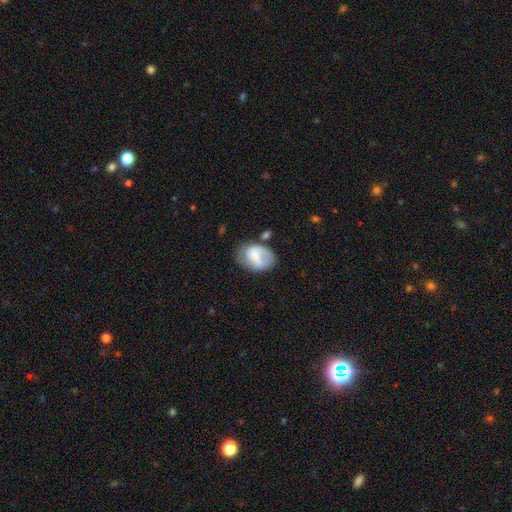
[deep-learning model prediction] Smooth or featured? Predicted: smooth (p=0.57). How rounded? Predicted: in between (p=0.73). Merging? Predicted: none (p=0.49).